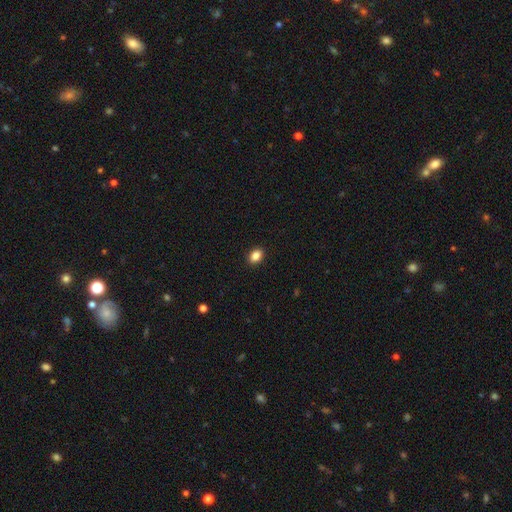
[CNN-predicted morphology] smooth-or-featured: smooth: 87% | star or artifact: 9% | featured or disk: 4%
  how-rounded: in between: 72% | round: 27% | cigar-shaped: 1%
  merging: none: 91% | minor disturbance: 6% | major disturbance: 2% | merger: 1%